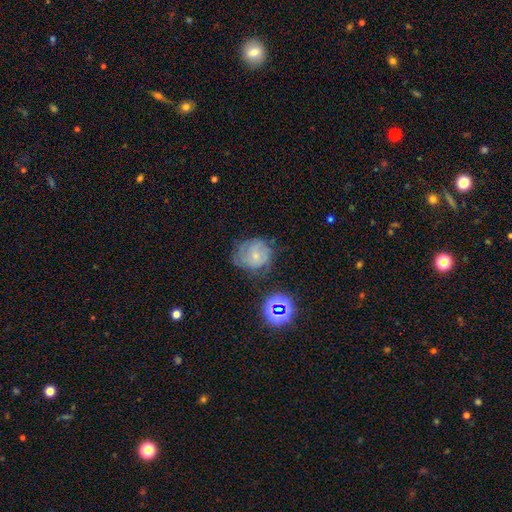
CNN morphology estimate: Smooth or featured? smooth (44%)
Merging? none (51%)